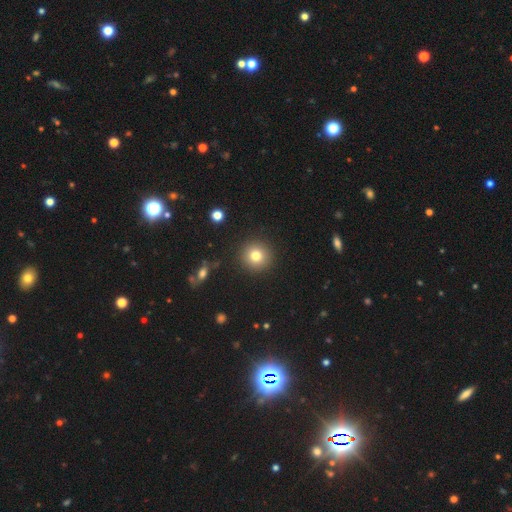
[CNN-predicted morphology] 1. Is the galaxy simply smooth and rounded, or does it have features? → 79% smooth, 12% star or artifact, 9% featured or disk.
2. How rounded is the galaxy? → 94% round, 5% in between, 1% cigar-shaped.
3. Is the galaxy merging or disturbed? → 91% none, 6% minor disturbance, 2% major disturbance, 1% merger.